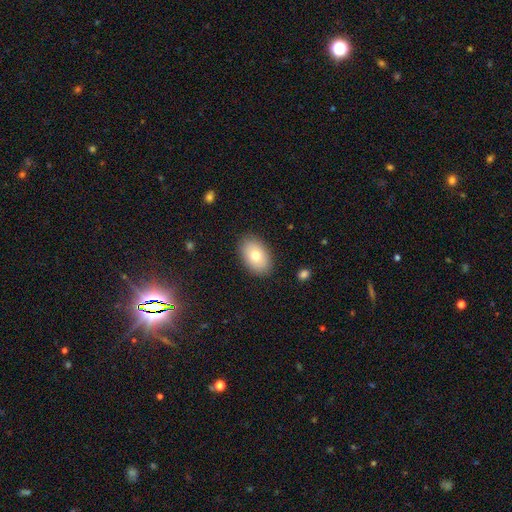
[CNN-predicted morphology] Smooth or featured? Predicted: smooth (p=0.75). How rounded? Predicted: in between (p=0.90). Merging? Predicted: none (p=0.87).